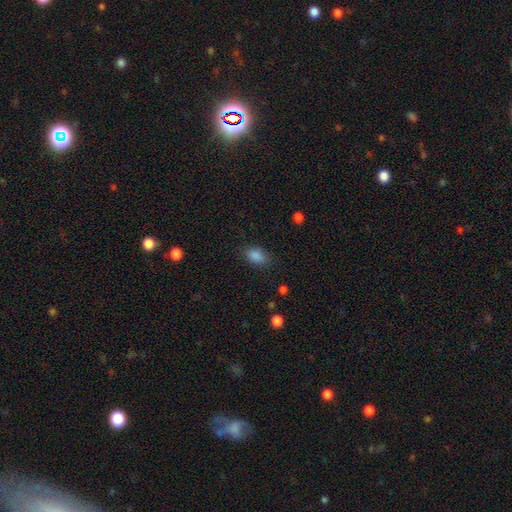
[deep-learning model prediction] Smooth or featured: smooth — 86% (star or artifact — 10%)
How rounded: in between — 85% (round — 13%)
Merging: none — 82% (minor disturbance — 13%)